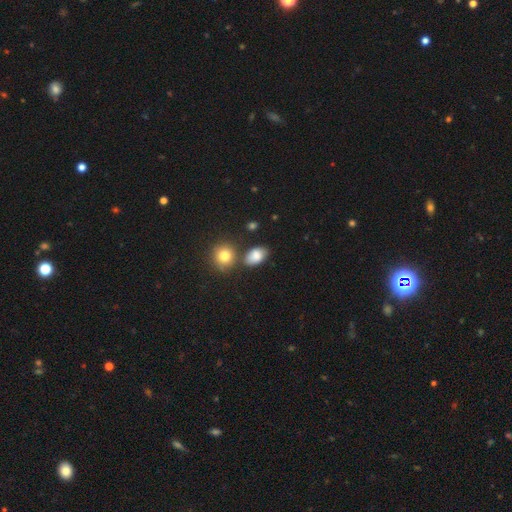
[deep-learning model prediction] smooth 83%, star or artifact 9%, featured or disk 8%. Down the decision tree: how rounded — in between (85%); merging — none (67%).